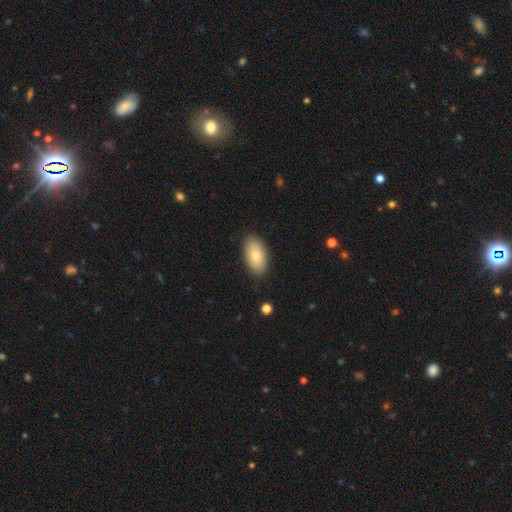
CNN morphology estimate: Overall: smooth (81%). How rounded: in between (95%). Merging: none (86%).